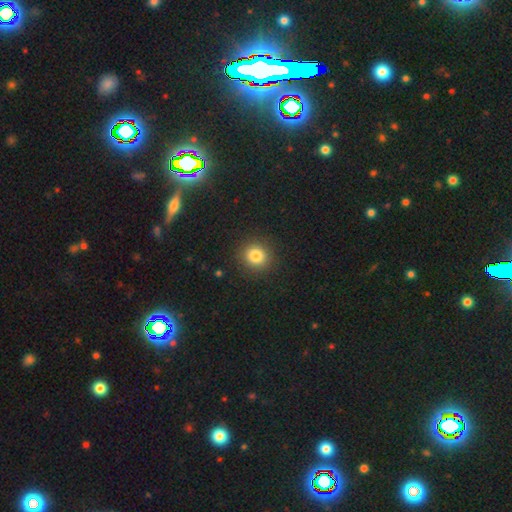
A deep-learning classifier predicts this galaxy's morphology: Overall: smooth (82%). How rounded: round (89%). Merging: none (91%).